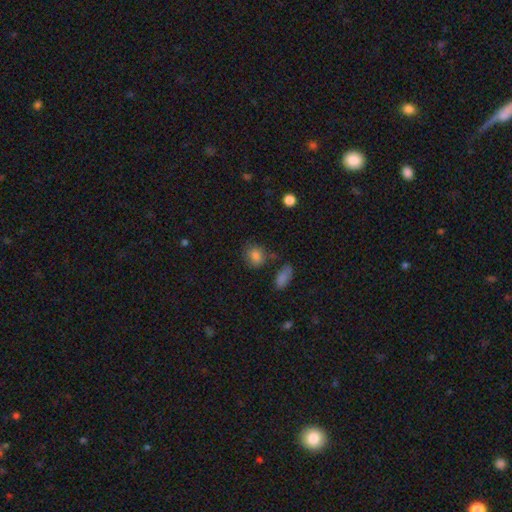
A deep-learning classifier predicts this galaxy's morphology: A smooth galaxy with no disk features (83%) that is round (62%). Merging: none (70%).